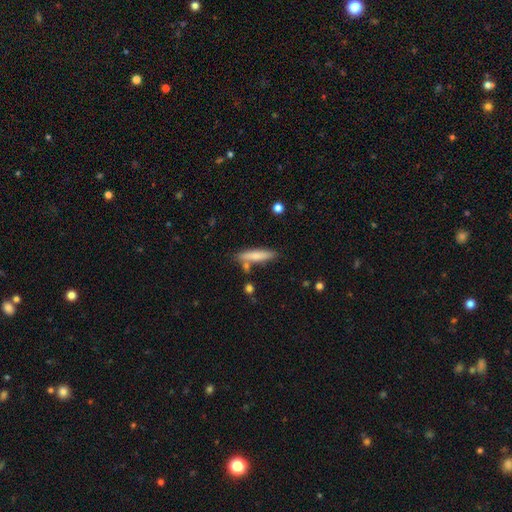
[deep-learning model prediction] Q: Smooth or featured?
A: smooth (76%); runner-up: featured or disk (18%)
Q: How rounded?
A: cigar-shaped (83%); runner-up: in between (16%)
Q: Merging?
A: none (76%); runner-up: minor disturbance (13%)